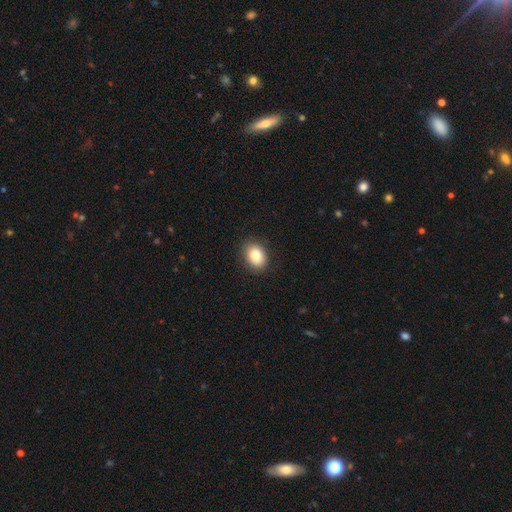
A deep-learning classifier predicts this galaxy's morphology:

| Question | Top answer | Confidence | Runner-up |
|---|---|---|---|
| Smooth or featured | smooth | 86% | star or artifact (8%) |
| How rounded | in between | 64% | round (35%) |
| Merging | none | 87% | minor disturbance (9%) |